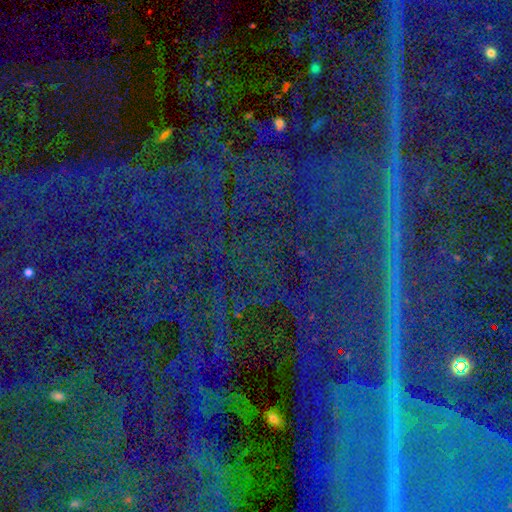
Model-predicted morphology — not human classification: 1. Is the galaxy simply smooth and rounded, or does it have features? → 86% star or artifact, 7% featured or disk, 7% smooth.